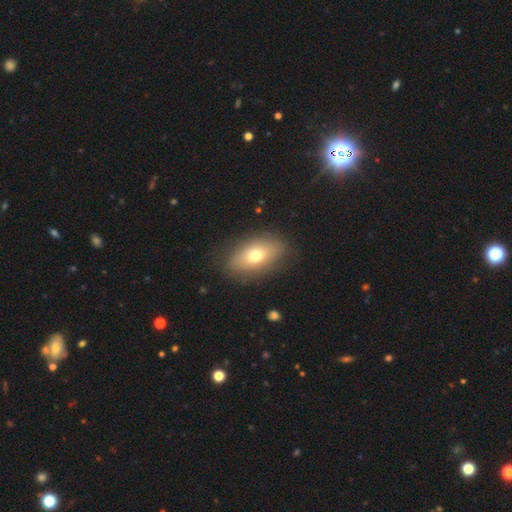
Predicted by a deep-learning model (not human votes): Q: Smooth or featured?
A: smooth (69%); runner-up: featured or disk (23%)
Q: How rounded?
A: in between (89%); runner-up: round (7%)
Q: Merging?
A: none (82%); runner-up: minor disturbance (13%)